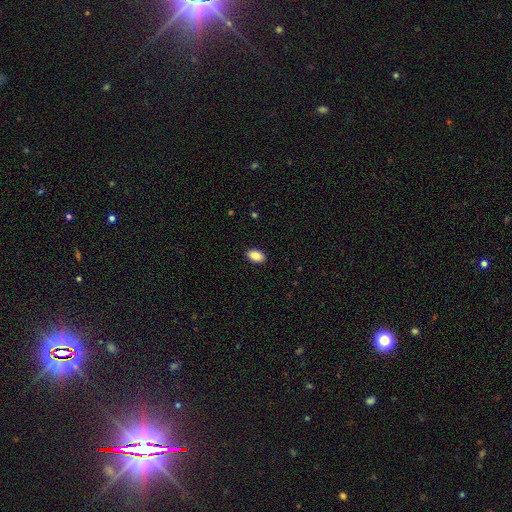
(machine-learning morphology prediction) This is clearly a smooth galaxy (89%). How rounded: clearly in between (91%). Merging: clearly none (90%).